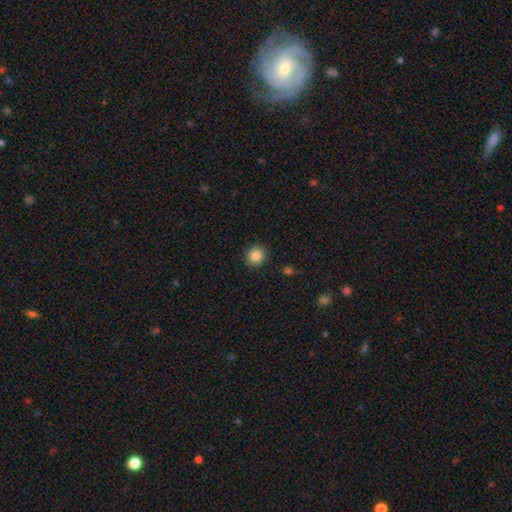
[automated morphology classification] Smooth or featured? Predicted: smooth (p=0.85). How rounded? Predicted: round (p=0.90). Merging? Predicted: none (p=0.91).